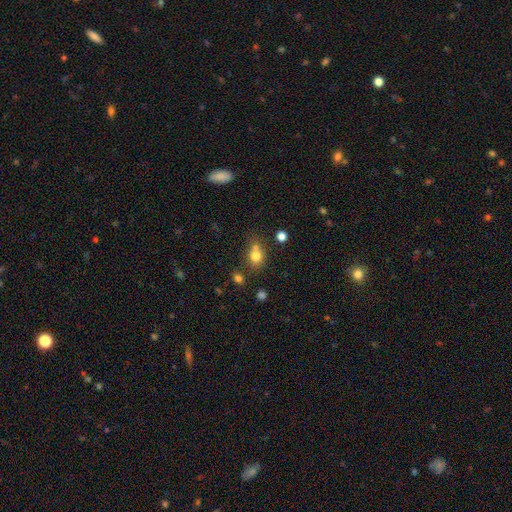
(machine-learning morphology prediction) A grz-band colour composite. It shows a smooth galaxy with no disk features (77%) that is round (52%). Merging: none (47%).